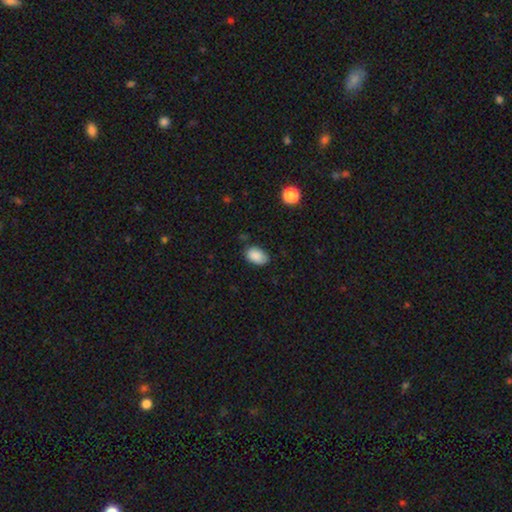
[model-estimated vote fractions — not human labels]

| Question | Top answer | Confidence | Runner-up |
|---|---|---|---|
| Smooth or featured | smooth | 87% | star or artifact (8%) |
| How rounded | in between | 89% | round (10%) |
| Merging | none | 71% | minor disturbance (23%) |